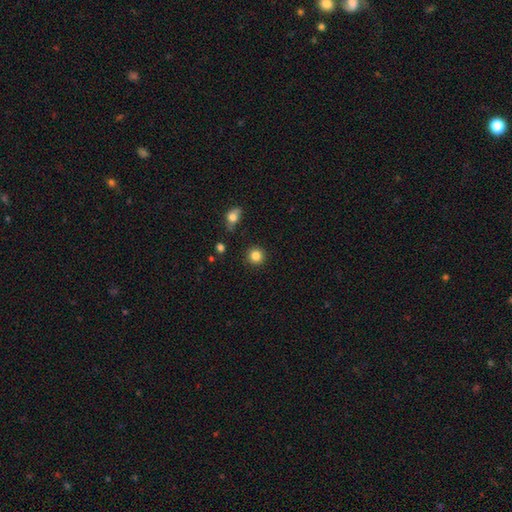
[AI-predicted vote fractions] Smooth or featured: smooth — 84% (star or artifact — 11%)
How rounded: round — 93% (in between — 6%)
Merging: none — 90% (minor disturbance — 6%)